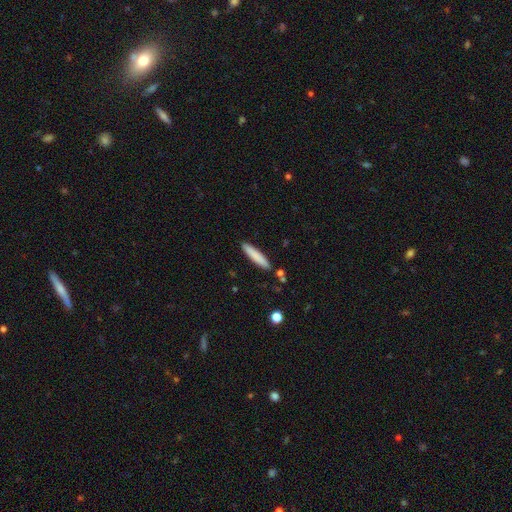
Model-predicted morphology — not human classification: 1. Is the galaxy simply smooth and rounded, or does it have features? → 82% smooth, 12% featured or disk, 6% star or artifact.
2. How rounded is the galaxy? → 89% cigar-shaped, 10% in between, 1% round.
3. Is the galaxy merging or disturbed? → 88% none, 8% minor disturbance, 3% merger, 2% major disturbance.